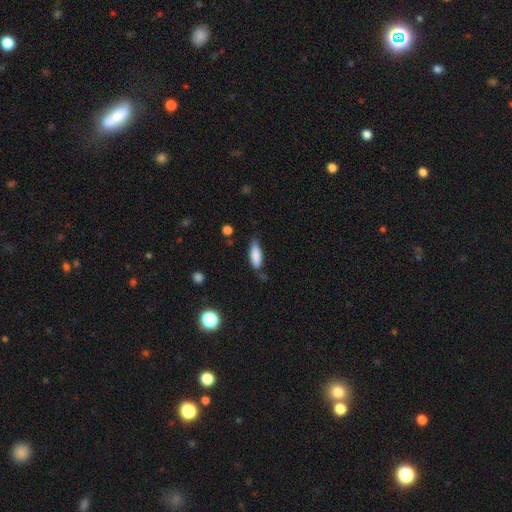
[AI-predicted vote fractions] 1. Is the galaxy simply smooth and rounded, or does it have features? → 82% smooth, 11% featured or disk, 7% star or artifact.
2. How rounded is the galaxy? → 52% in between, 46% cigar-shaped, 2% round.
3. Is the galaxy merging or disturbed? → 68% none, 24% minor disturbance, 5% major disturbance, 3% merger.